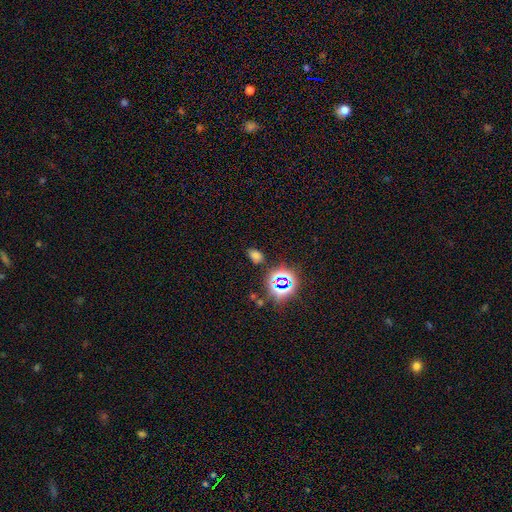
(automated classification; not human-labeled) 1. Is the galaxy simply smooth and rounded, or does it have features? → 62% smooth, 32% star or artifact, 7% featured or disk.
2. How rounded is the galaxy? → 82% in between, 16% round, 2% cigar-shaped.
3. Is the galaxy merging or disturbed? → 80% none, 13% minor disturbance, 4% major disturbance, 3% merger.